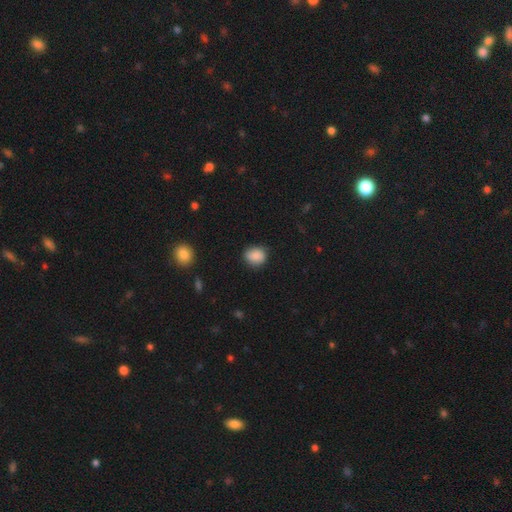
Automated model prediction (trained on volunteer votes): This appears to be a smooth galaxy with no disk features (85%) that is round (69%). Merging: none (80%).